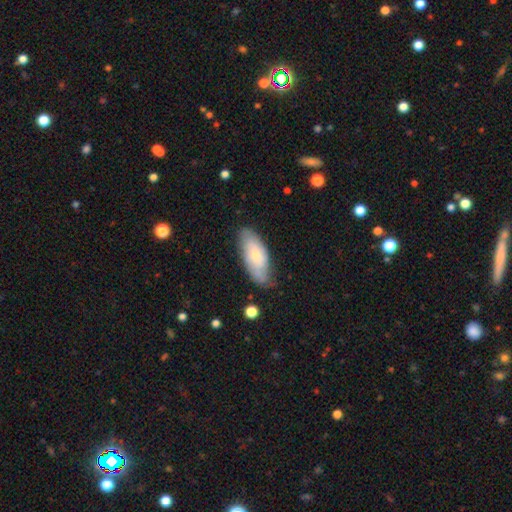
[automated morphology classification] Q: Smooth or featured?
A: smooth (60%); runner-up: featured or disk (34%)
Q: How rounded?
A: in between (83%); runner-up: cigar-shaped (14%)
Q: Merging?
A: none (67%); runner-up: minor disturbance (26%)